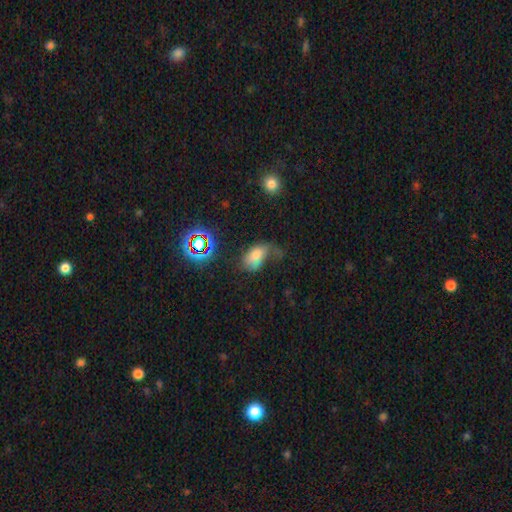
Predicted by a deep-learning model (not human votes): Smooth or featured? Predicted: smooth (p=0.68). How rounded? Predicted: in between (p=0.90). Merging? Predicted: major disturbance (p=0.38).